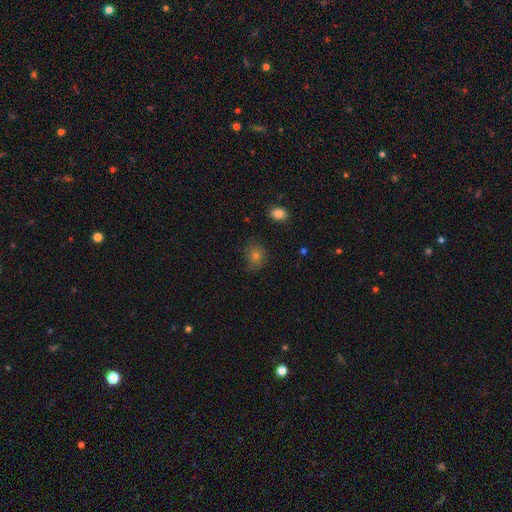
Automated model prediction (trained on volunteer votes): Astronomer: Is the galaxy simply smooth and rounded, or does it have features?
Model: smooth — 69%.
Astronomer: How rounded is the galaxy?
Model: round — 56% (runner-up: in between, 43%).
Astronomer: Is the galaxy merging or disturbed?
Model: none — 72%.